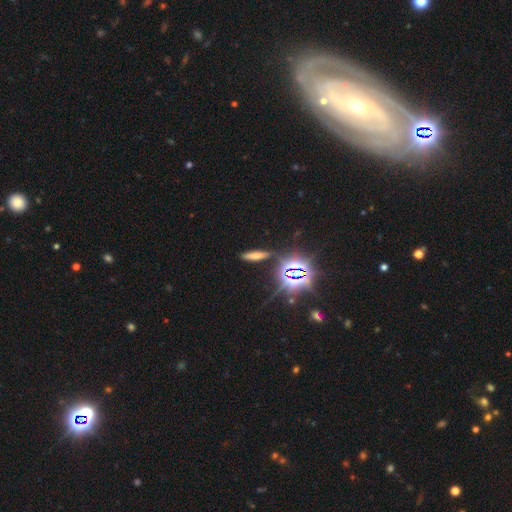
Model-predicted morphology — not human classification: The model was most divided on "smooth or featured": smooth: 50%, star or artifact: 34%, featured or disk: 15%. More confident: merging — none (82%); how rounded — cigar-shaped (71%).